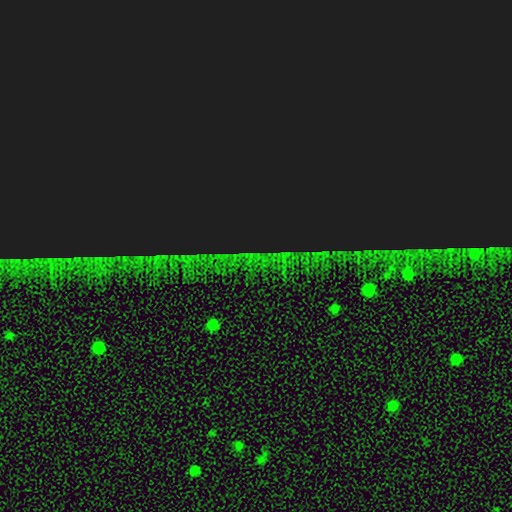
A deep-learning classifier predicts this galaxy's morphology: smooth-or-featured: star or artifact: 85% | smooth: 8% | featured or disk: 7%